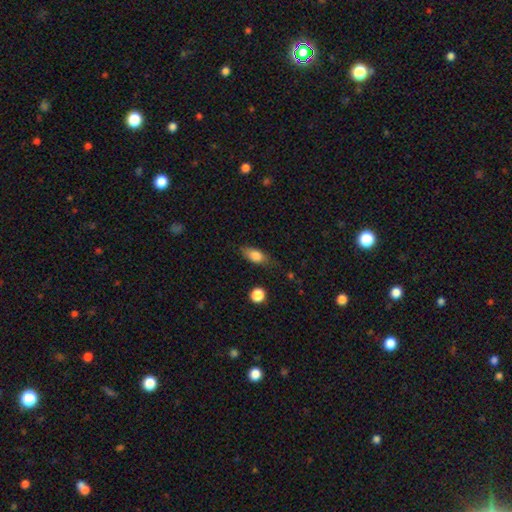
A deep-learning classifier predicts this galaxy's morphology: This appears to be a smooth galaxy with no disk features (78%) that is in between round and cigar-shaped (78%). Merging: none (68%).